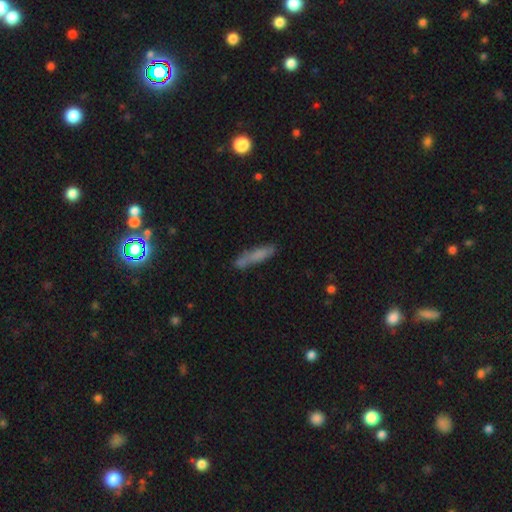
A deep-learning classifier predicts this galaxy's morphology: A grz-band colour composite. It shows a smooth galaxy with no disk features (66%) that is cigar-shaped (84%). Merging: none (68%).